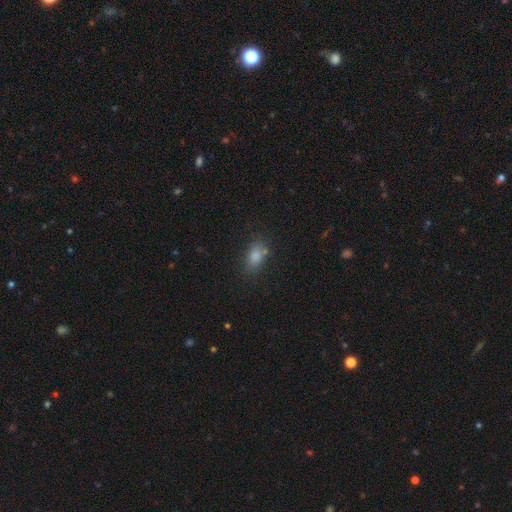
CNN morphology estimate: type=smooth (77%); roundness=in between (80%); merging=none (77%).